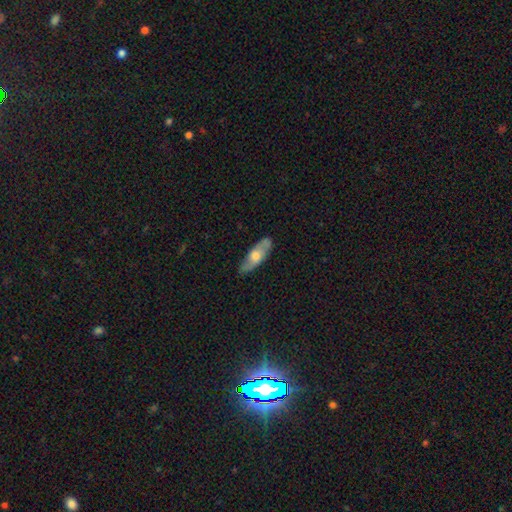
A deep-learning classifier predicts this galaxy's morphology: A smooth galaxy with no disk features (50%). Merging: none (82%).